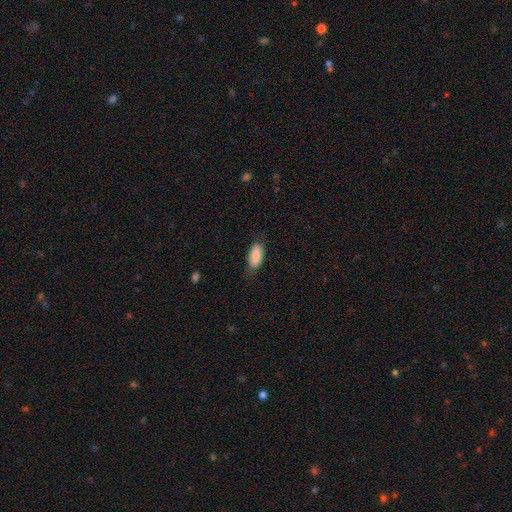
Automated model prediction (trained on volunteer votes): A smooth galaxy with no disk features (87%) that is in between round and cigar-shaped (86%). Merging: none (71%).